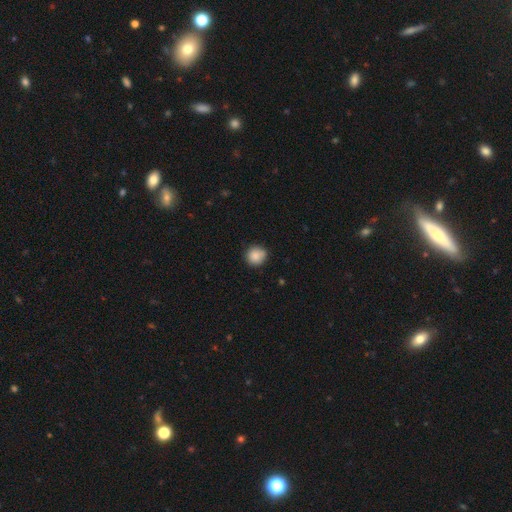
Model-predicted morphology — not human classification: smooth_or_featured: smooth (p=0.88) [alt: star or artifact p=0.09]
how_rounded: round (p=0.92) [alt: in between p=0.07]
merging: none (p=0.85) [alt: minor disturbance p=0.12]